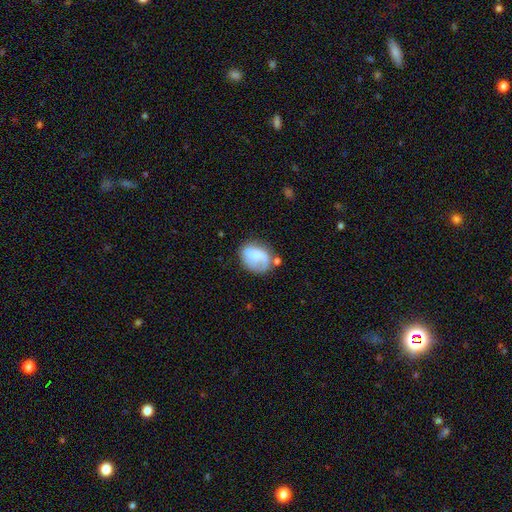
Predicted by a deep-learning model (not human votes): Morphology: type=smooth (54%); roundness=in between (57%); merging=none (42%).